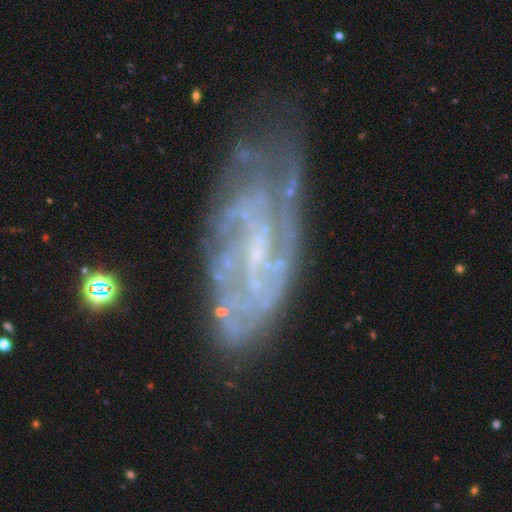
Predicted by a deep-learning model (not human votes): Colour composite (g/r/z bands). It shows a featured or disk galaxy (81%) with a weak bar (44%), tight (50%) spiral arms (85%) and a small central bulge (55%). Merging: none (59%).